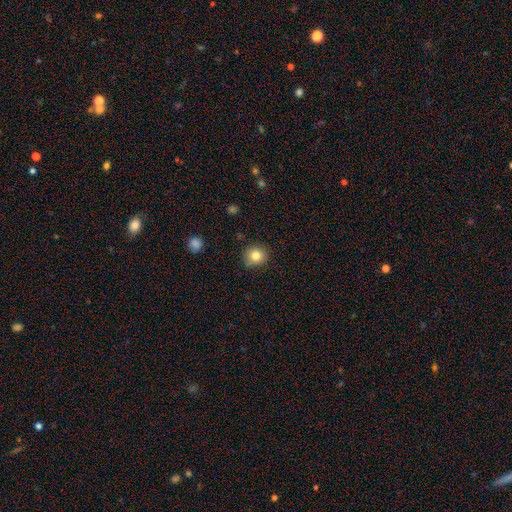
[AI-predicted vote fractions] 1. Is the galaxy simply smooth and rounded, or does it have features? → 82% smooth, 11% star or artifact, 8% featured or disk.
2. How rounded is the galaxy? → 87% round, 12% in between, 1% cigar-shaped.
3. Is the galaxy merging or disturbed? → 88% none, 9% minor disturbance, 2% major disturbance, 1% merger.